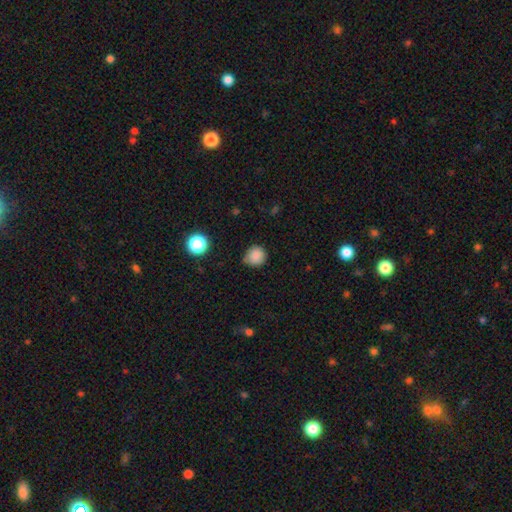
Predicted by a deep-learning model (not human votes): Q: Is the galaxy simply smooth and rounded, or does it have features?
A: smooth — 85%.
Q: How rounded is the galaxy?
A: round — 87%.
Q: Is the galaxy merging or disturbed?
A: none — 70%.